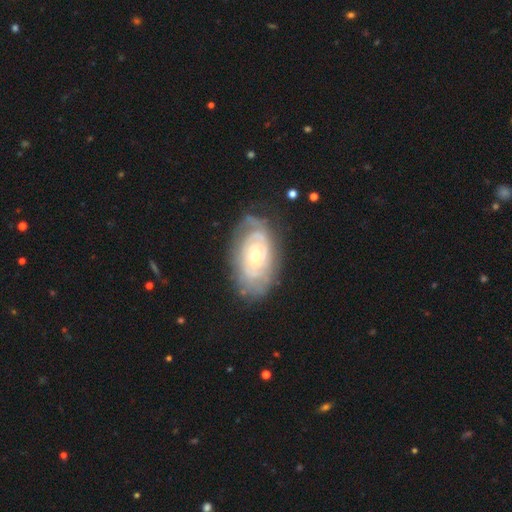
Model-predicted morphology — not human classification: A featured or disk galaxy (76%) with no bar (79%), tight (74%) spiral arms (81%) and a moderate central bulge (50%).

Vote fractions:
- Smooth or featured? featured or disk: 76% / smooth: 18% / star or artifact: 6%
- Edge-on disk? no: 94% / yes: 6%
- Bar? no: 79% / weak: 18% / strong: 4%
- Spiral arms? yes: 81% / no: 19%
- Spiral winding? tight: 74% / medium: 19% / loose: 7%
- Spiral arm count? can't tell: 55% / 2: 23% / 3: 9% / 1: 6% / 4: 5% / more than 4: 4%
- Bulge size? moderate: 50% / small: 44% / large: 4% / none: 1% / dominant: 1%
- Merging? none: 70% / minor disturbance: 20% / major disturbance: 8% / merger: 2%